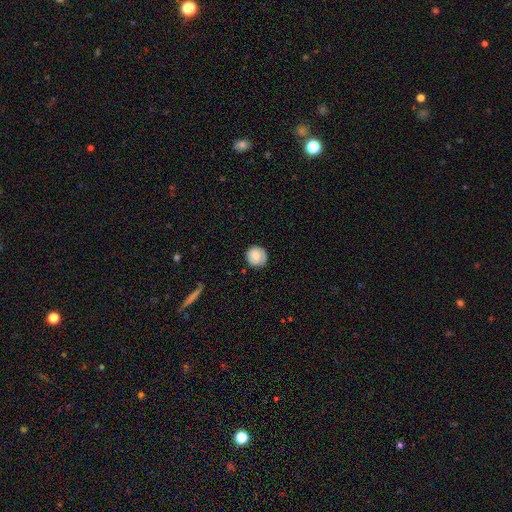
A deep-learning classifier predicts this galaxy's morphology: This is likely a smooth galaxy (74%). How rounded: clearly round (92%). Merging: clearly none (81%).